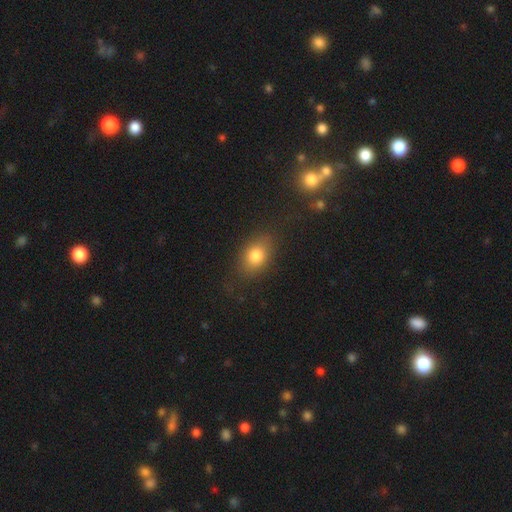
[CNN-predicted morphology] A smooth galaxy with no disk features (80%) that is in between round and cigar-shaped (73%).

Vote fractions:
- Smooth or featured? smooth: 80% / featured or disk: 10% / star or artifact: 10%
- How rounded? in between: 73% / round: 24% / cigar-shaped: 3%
- Merging? none: 76% / minor disturbance: 16% / major disturbance: 6% / merger: 2%